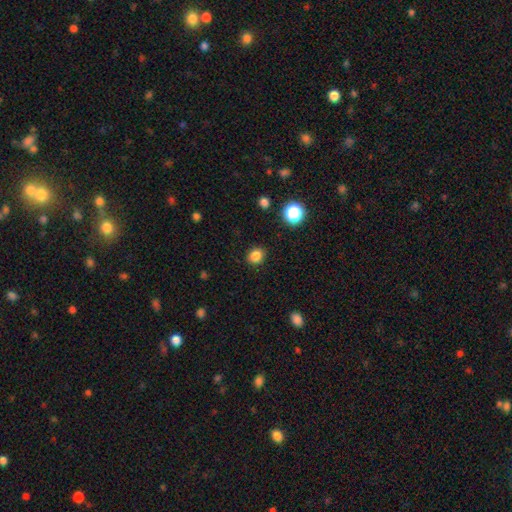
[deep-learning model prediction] Smooth or featured? Predicted: smooth (p=0.84). How rounded? Predicted: round (p=0.72). Merging? Predicted: none (p=0.90).